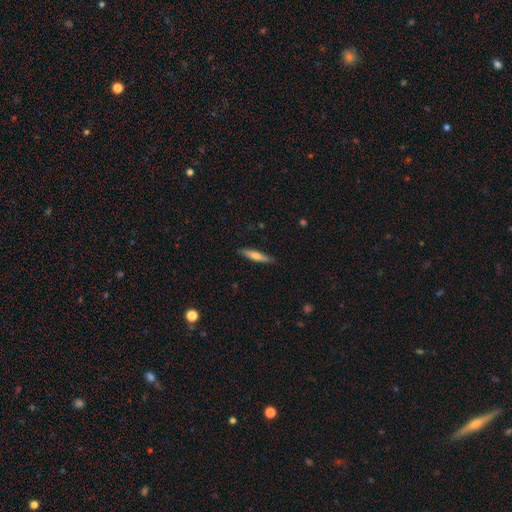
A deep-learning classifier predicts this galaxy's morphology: smooth-or-featured: smooth: 65% | featured or disk: 29% | star or artifact: 6%
  how-rounded: cigar-shaped: 86% | in between: 12% | round: 1%
  merging: none: 87% | minor disturbance: 10% | major disturbance: 2% | merger: 1%